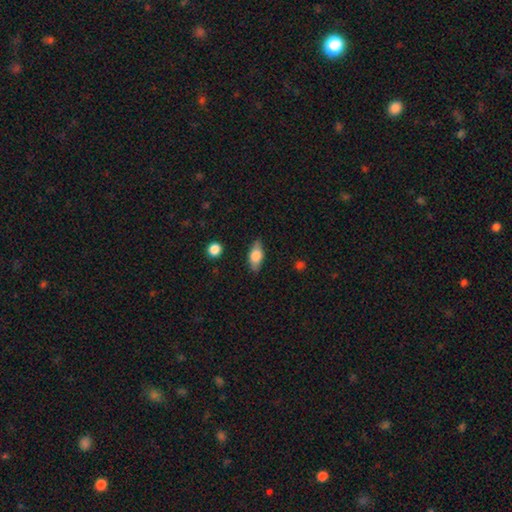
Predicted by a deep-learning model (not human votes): The model was most divided on "smooth or featured": smooth: 71%, featured or disk: 22%, star or artifact: 7%. More confident: how rounded — in between (83%); merging — none (83%).